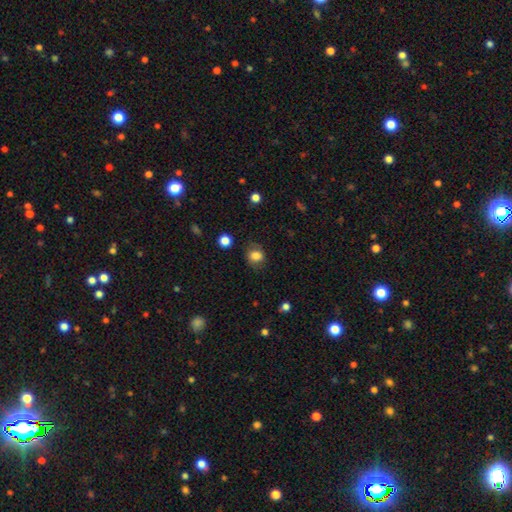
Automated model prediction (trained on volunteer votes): Q: Smooth or featured?
A: smooth (80%); runner-up: star or artifact (10%)
Q: How rounded?
A: round (63%); runner-up: in between (36%)
Q: Merging?
A: none (75%); runner-up: minor disturbance (17%)